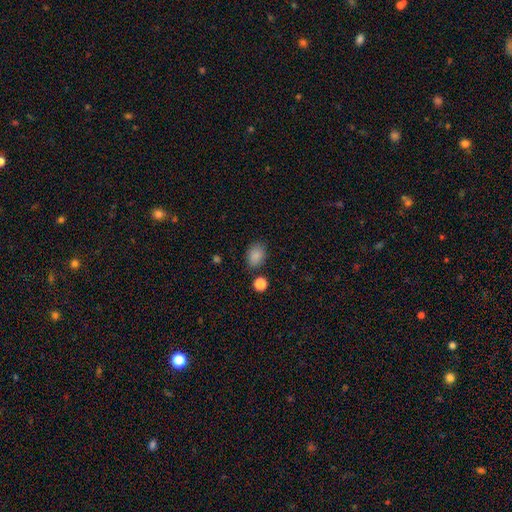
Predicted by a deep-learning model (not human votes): The model was most divided on "how rounded": in between: 73%, round: 26%, cigar-shaped: 1%. More confident: smooth or featured — smooth (86%); merging — none (79%).